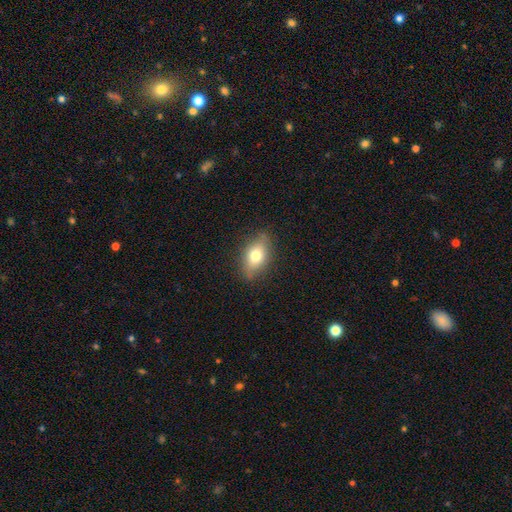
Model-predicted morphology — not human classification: Smooth or featured: smooth — 71% (featured or disk — 20%)
How rounded: in between — 83% (round — 12%)
Merging: none — 81% (minor disturbance — 14%)